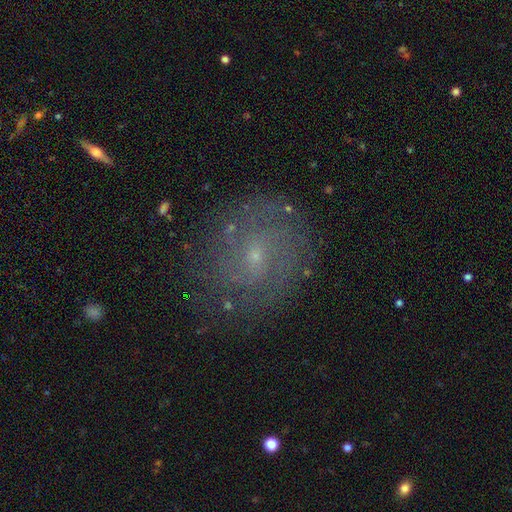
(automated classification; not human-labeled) This is likely a featured or disk galaxy (75%). It is clearly not viewed edge-on (97%). Bar: possibly no (57%). Spiral arm pattern: clearly yes (90%). Spiral arm count: marginally can't tell (36%). Spiral winding: possibly tight (51%). Central bulge: likely small (79%). Merging: likely none (77%).